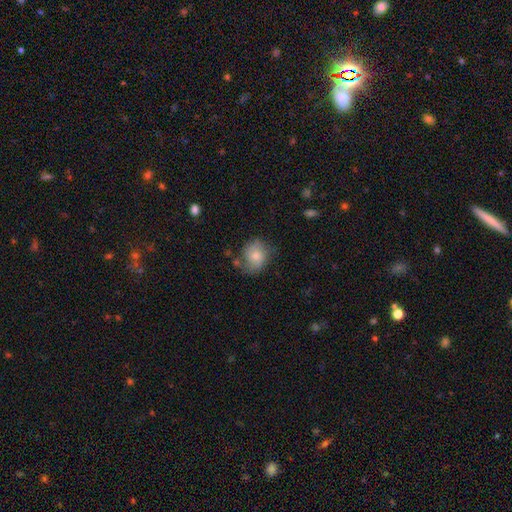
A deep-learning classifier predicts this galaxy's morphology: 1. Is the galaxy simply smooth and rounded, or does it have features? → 63% smooth, 29% featured or disk, 8% star or artifact.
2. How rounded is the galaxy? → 65% round, 34% in between, 1% cigar-shaped.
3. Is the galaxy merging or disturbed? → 59% none, 27% minor disturbance, 10% major disturbance, 5% merger.